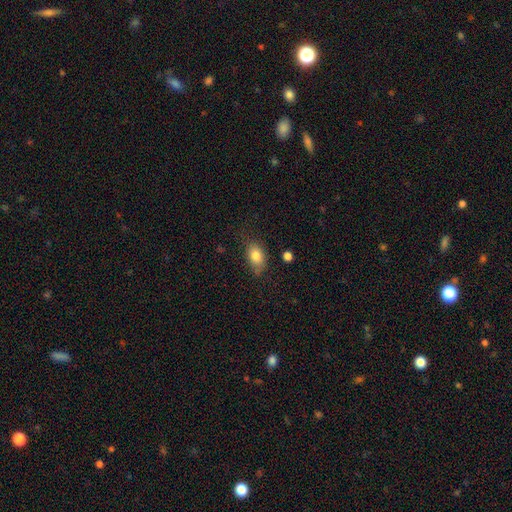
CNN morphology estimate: smooth-or-featured: smooth: 82% | featured or disk: 10% | star or artifact: 8%
  how-rounded: in between: 84% | round: 13% | cigar-shaped: 2%
  merging: none: 67% | minor disturbance: 25% | major disturbance: 6% | merger: 2%